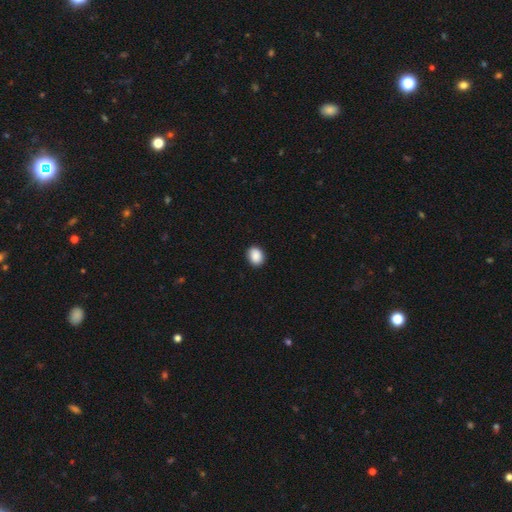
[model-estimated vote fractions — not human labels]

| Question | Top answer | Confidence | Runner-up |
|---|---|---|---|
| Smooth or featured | smooth | 89% | star or artifact (8%) |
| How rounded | round | 54% | in between (45%) |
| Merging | none | 91% | minor disturbance (7%) |